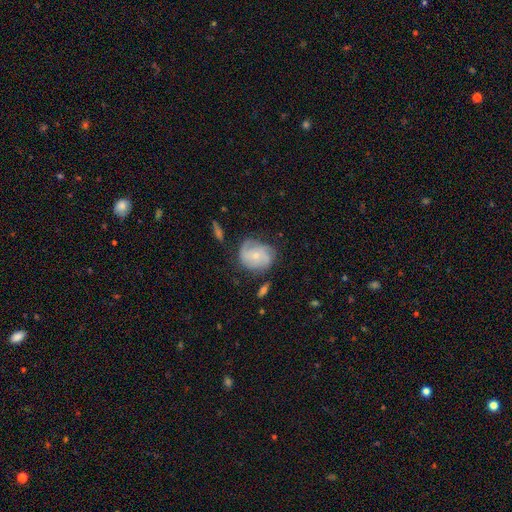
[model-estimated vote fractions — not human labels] Smooth or featured? featured or disk (60%)
Edge-on disk? no (97%)
Bar? no (74%)
Spiral arms? yes (85%)
Spiral winding? tight (40%, tied with medium)
Spiral arm count? 3 (29%)
Bulge size? small (72%)
Merging? none (60%)